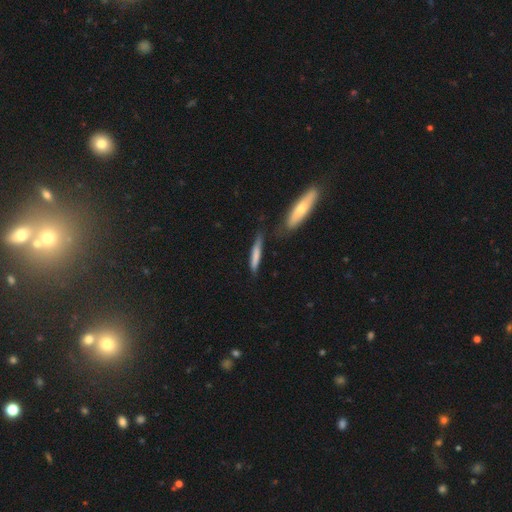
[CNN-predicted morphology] Q: Smooth or featured?
A: smooth (73%); runner-up: featured or disk (21%)
Q: How rounded?
A: cigar-shaped (90%); runner-up: in between (8%)
Q: Merging?
A: none (64%); runner-up: minor disturbance (22%)